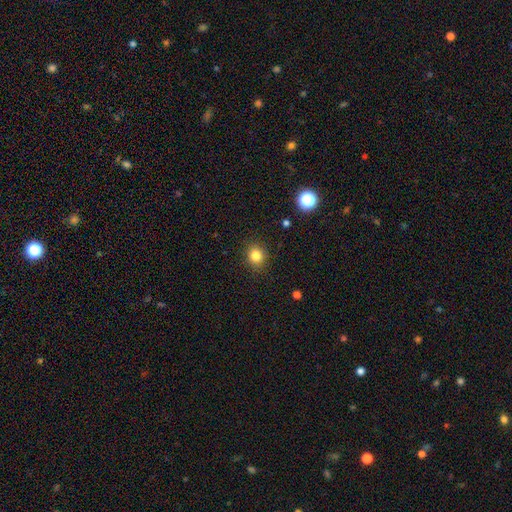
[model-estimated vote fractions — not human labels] Smooth or featured?
  - smooth: 83% *
  - star or artifact: 12%
  - featured or disk: 5%
How rounded?
  - round: 82% *
  - in between: 17%
  - cigar-shaped: 1%
Merging?
  - none: 90% *
  - minor disturbance: 7%
  - major disturbance: 2%
  - merger: 1%